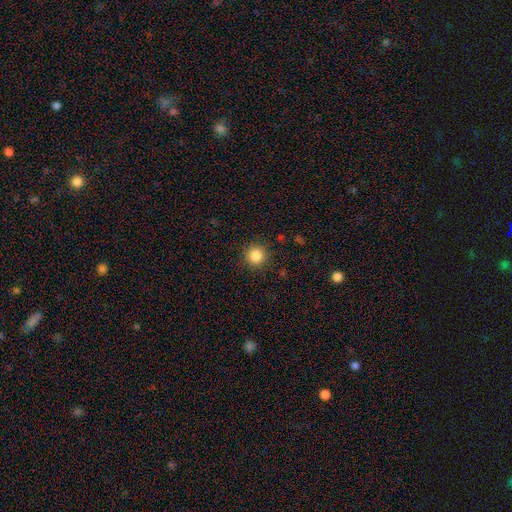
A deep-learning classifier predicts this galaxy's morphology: A smooth galaxy with no disk features (86%) that is round (95%).

Vote fractions:
- Smooth or featured? smooth: 86% / star or artifact: 10% / featured or disk: 4%
- How rounded? round: 95% / in between: 4% / cigar-shaped: 1%
- Merging? none: 91% / minor disturbance: 6% / major disturbance: 2% / merger: 1%